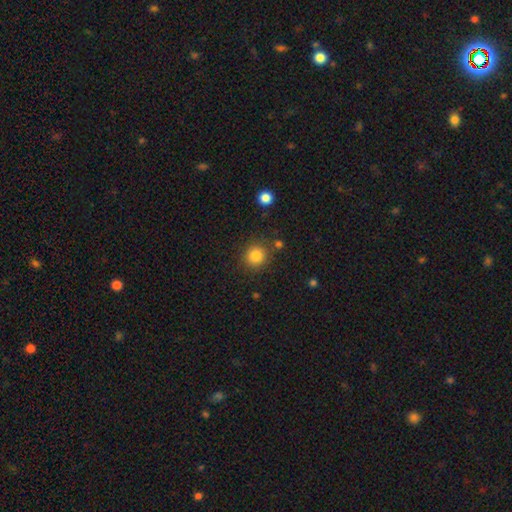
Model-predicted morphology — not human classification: Q: Smooth or featured?
A: smooth (84%); runner-up: star or artifact (11%)
Q: How rounded?
A: round (91%); runner-up: in between (8%)
Q: Merging?
A: none (84%); runner-up: minor disturbance (9%)